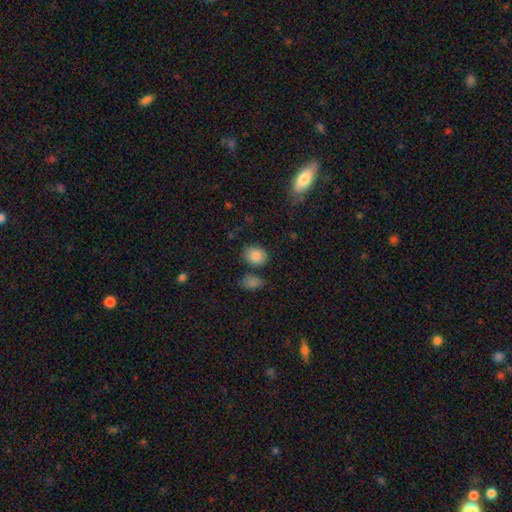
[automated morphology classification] Smooth or featured? smooth (86%)
How rounded? in between (50%)
Merging? none (77%)